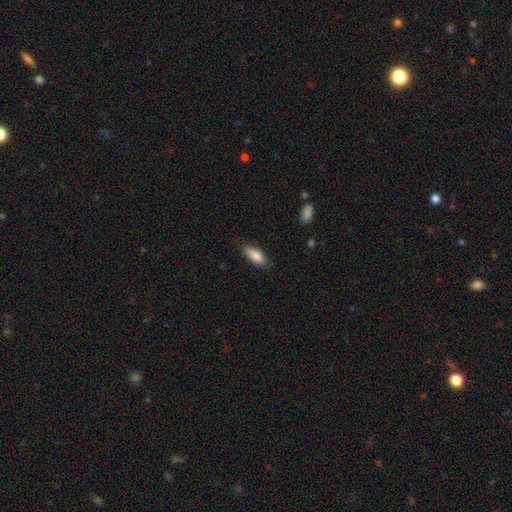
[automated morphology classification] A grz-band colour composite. It shows a smooth galaxy with no disk features (88%) that is in between round and cigar-shaped (79%). Merging: none (84%).